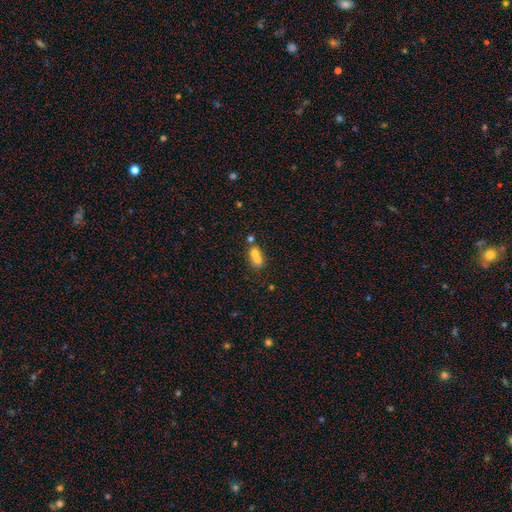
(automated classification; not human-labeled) Smooth or featured? Predicted: smooth (p=0.66). How rounded? Predicted: round (p=0.57). Merging? Predicted: merger (p=0.66).